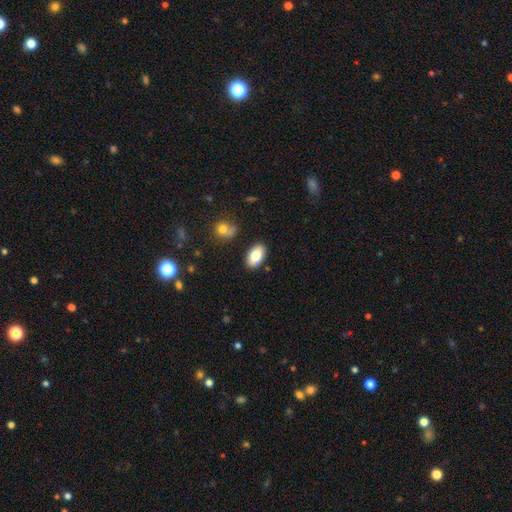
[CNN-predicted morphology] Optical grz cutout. It shows a smooth galaxy with no disk features (81%) that is in between round and cigar-shaped (93%). Merging: none (86%).